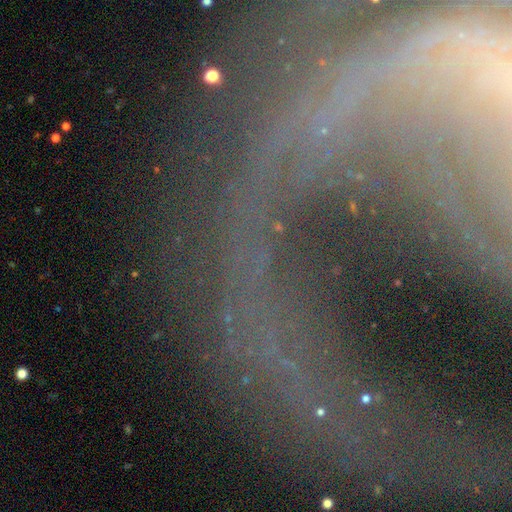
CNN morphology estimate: Overall: featured or disk (51%; star or artifact 35%). Edge-on disk: no (78%). Merging: none (61%).